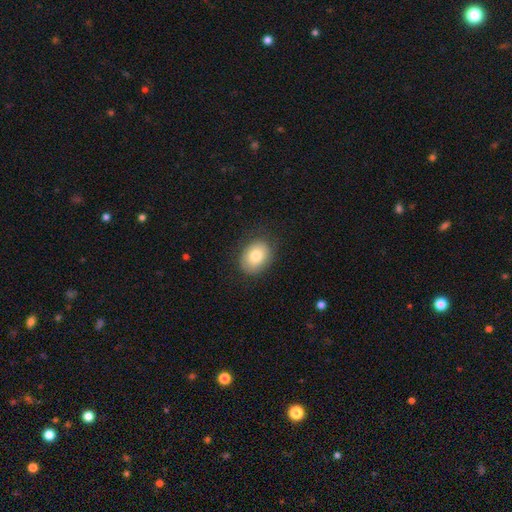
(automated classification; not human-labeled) Smooth or featured? Predicted: smooth (p=0.80). How rounded? Predicted: in between (p=0.68). Merging? Predicted: none (p=0.82).